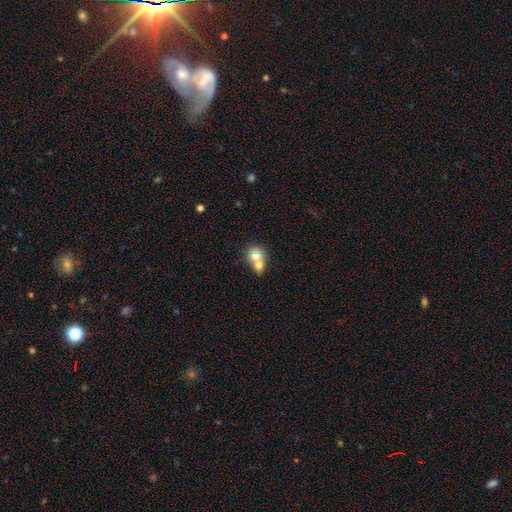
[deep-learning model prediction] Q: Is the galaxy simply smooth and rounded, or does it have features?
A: smooth — 64%.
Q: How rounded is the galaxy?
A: round — 55%.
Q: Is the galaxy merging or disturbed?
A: merger — 67%.